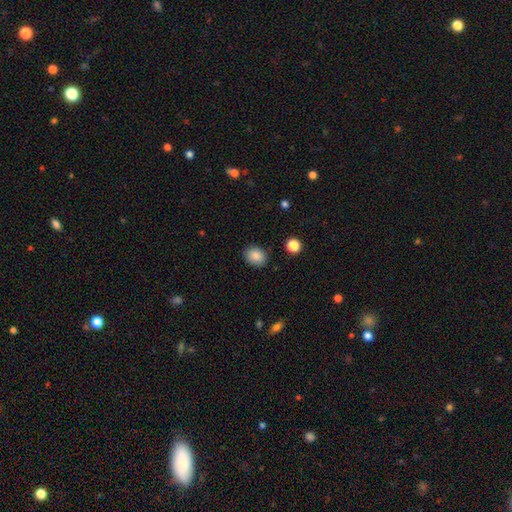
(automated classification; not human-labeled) Q: Smooth or featured?
A: smooth (87%); runner-up: star or artifact (9%)
Q: How rounded?
A: round (51%); runner-up: in between (48%)
Q: Merging?
A: none (87%); runner-up: minor disturbance (9%)